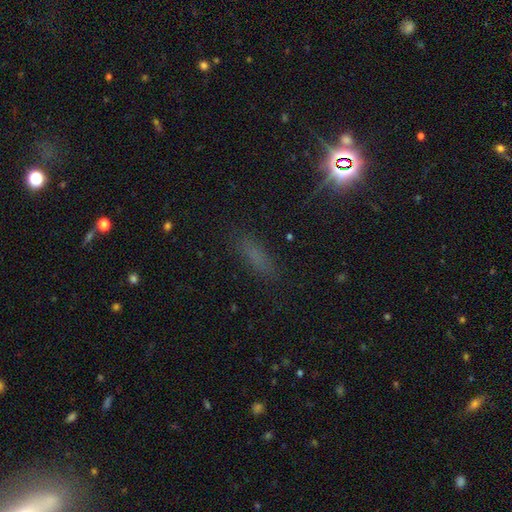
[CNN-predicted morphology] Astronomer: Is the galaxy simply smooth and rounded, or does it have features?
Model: smooth — 57%.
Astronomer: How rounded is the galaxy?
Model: cigar-shaped — 58% (runner-up: in between, 37%).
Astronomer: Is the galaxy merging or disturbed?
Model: none — 81%.